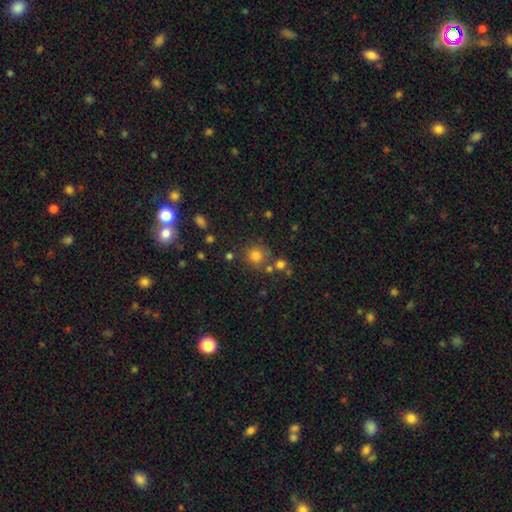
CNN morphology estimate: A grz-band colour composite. It shows a smooth galaxy with no disk features (77%) that is round (90%). Merging: none (72%).